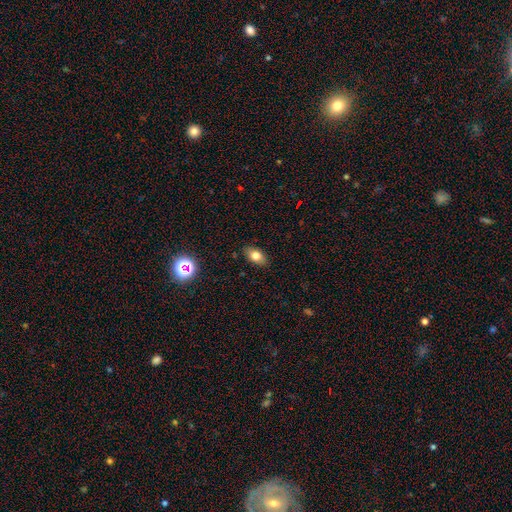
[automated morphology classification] The model was most divided on "smooth or featured": smooth: 77%, featured or disk: 13%, star or artifact: 10%. More confident: how rounded — in between (88%); merging — none (87%).